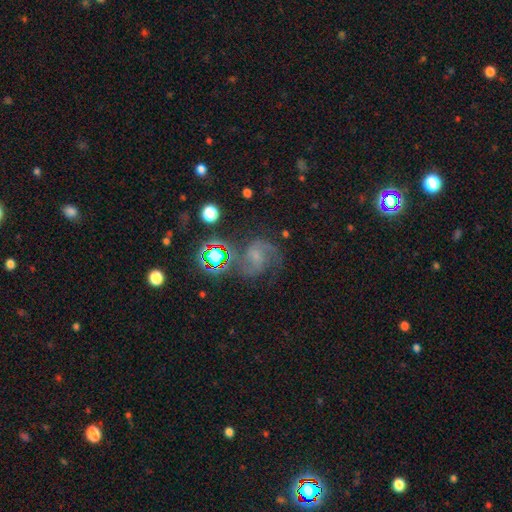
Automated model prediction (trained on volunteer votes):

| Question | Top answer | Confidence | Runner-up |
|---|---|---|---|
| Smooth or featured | featured or disk | 64% | star or artifact (19%) |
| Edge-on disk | no | 98% | yes (2%) |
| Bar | weak | 44% | no (43%) |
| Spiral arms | yes | 93% | no (7%) |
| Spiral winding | medium | 55% | loose (27%) |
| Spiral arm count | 2 | 77% | can't tell (9%) |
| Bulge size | small | 50% | moderate (23%) |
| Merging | none | 55% | minor disturbance (21%) |